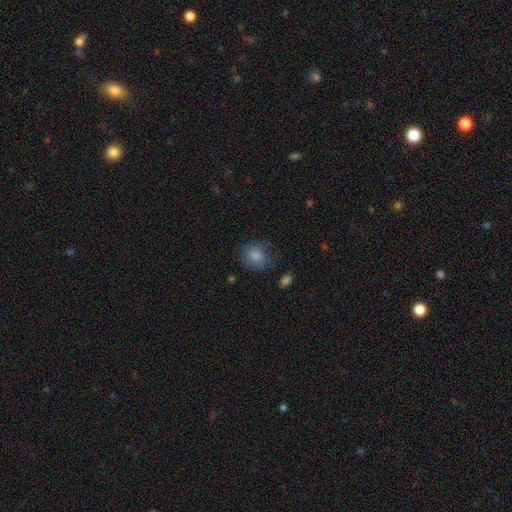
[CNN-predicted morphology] Smooth or featured: smooth — 83% (star or artifact — 9%)
How rounded: round — 73% (in between — 26%)
Merging: none — 68% (minor disturbance — 21%)